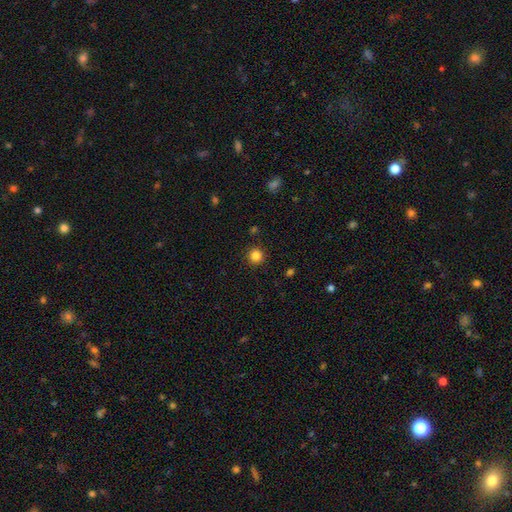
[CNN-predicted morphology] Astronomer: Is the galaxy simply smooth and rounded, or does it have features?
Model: smooth — 83%.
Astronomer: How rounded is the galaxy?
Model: round — 95%.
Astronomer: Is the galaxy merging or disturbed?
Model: none — 91%.